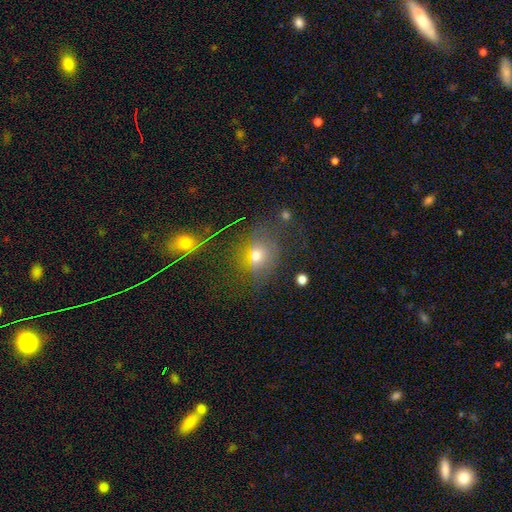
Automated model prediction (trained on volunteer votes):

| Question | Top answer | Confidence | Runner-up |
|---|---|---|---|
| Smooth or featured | smooth | 58% | star or artifact (23%) |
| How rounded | round | 55% | in between (42%) |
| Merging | none | 60% | minor disturbance (18%) |